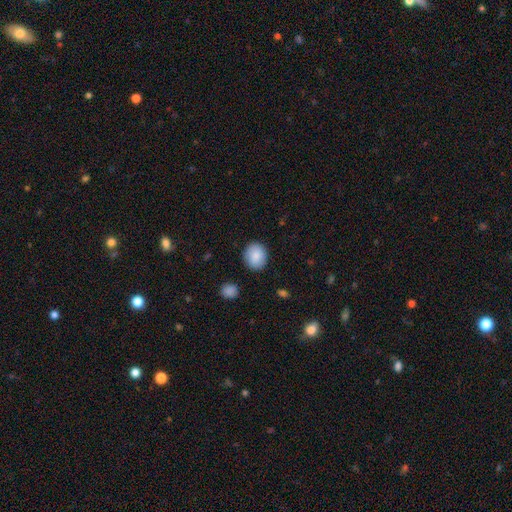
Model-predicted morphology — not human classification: Overall: smooth (87%). How rounded: round (64%; in between 35%). Merging: none (87%).